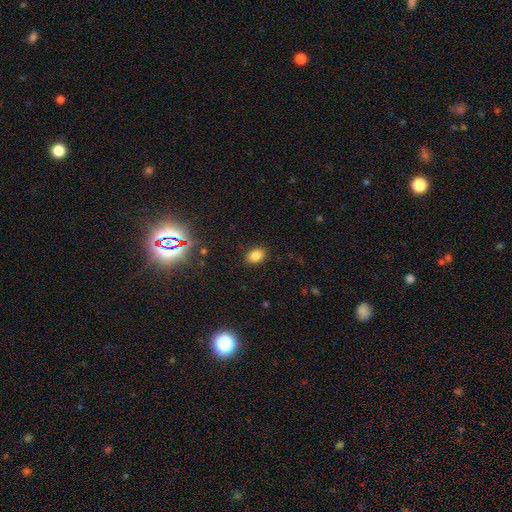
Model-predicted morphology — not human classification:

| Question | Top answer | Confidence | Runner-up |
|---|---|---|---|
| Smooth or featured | smooth | 82% | star or artifact (12%) |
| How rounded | in between | 80% | round (19%) |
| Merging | none | 88% | minor disturbance (9%) |